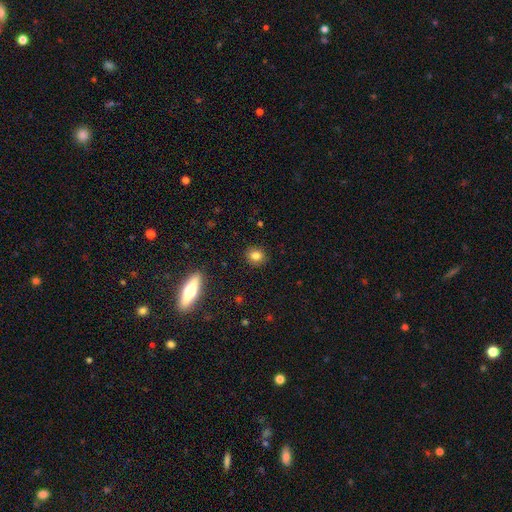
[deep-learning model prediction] smooth 82%, star or artifact 11%, featured or disk 7%. Down the decision tree: how rounded — round (77%); merging — none (90%).